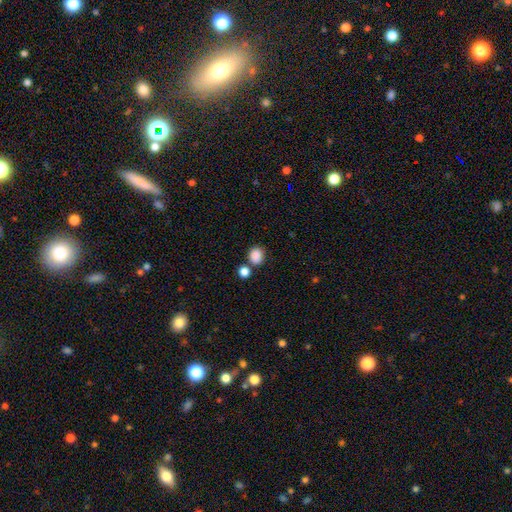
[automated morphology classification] This is clearly a smooth galaxy (87%). How rounded: likely round (72%). Merging: likely none (67%).